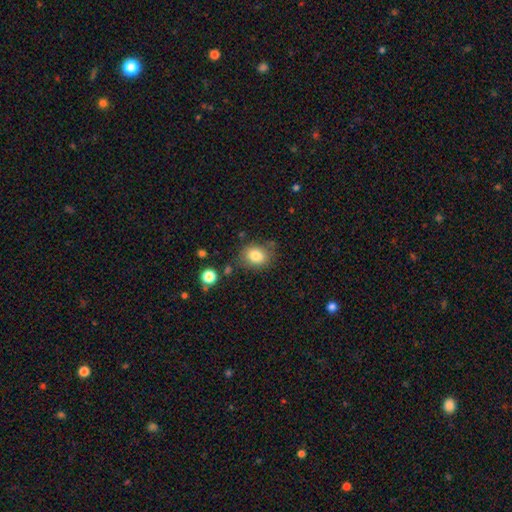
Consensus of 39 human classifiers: Overall: smooth (87%). How rounded: round (82%). Merging: none (89%).